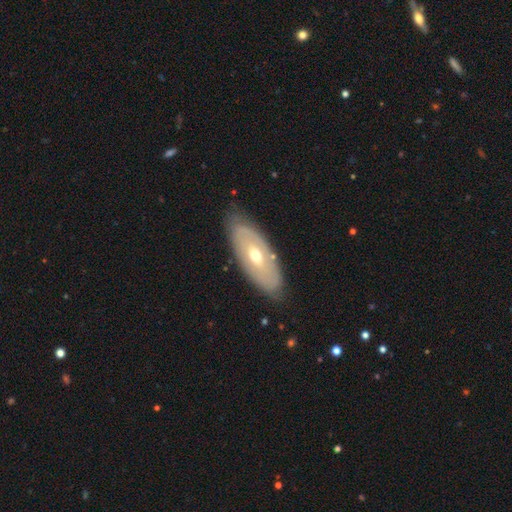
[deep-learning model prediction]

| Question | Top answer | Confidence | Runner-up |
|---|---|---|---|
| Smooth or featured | featured or disk | 60% | smooth (35%) |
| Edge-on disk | no | 82% | yes (18%) |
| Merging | none | 80% | minor disturbance (14%) |